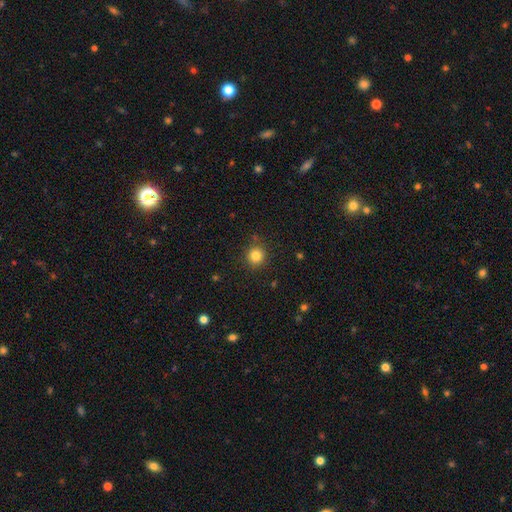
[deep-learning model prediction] This is clearly a smooth galaxy (83%). How rounded: clearly round (91%). Merging: clearly none (88%).